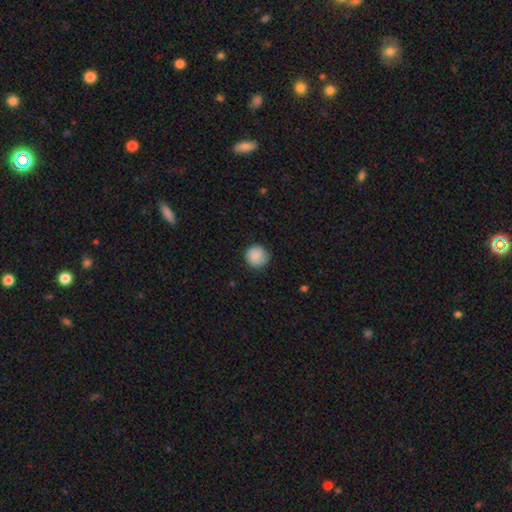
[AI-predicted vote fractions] Smooth or featured? smooth (85%)
How rounded? round (93%)
Merging? none (76%)